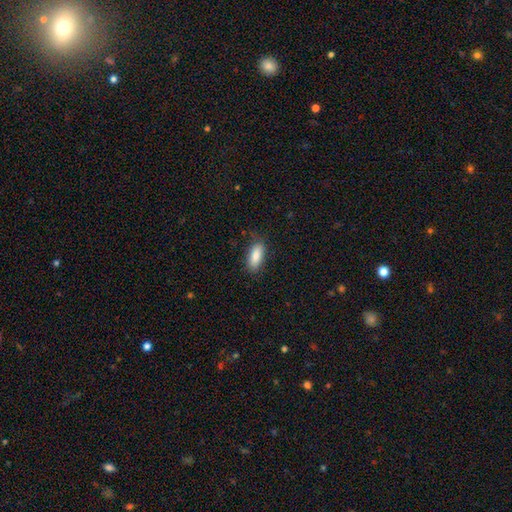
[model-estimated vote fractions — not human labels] Q: Smooth or featured?
A: smooth (85%); runner-up: featured or disk (8%)
Q: How rounded?
A: in between (80%); runner-up: cigar-shaped (17%)
Q: Merging?
A: none (80%); runner-up: minor disturbance (15%)